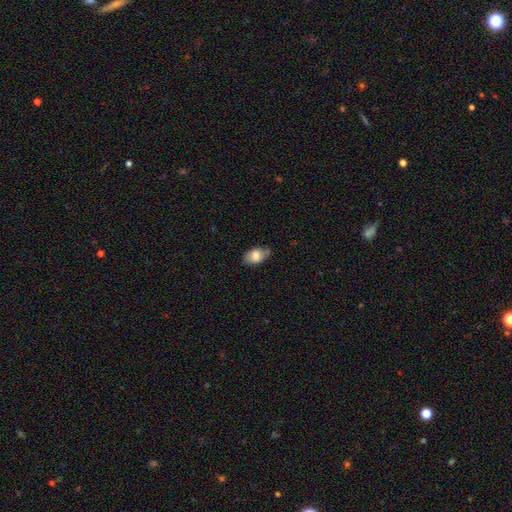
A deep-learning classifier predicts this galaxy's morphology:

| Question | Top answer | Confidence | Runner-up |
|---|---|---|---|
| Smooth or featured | smooth | 78% | featured or disk (15%) |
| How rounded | in between | 89% | round (9%) |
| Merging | none | 68% | minor disturbance (25%) |